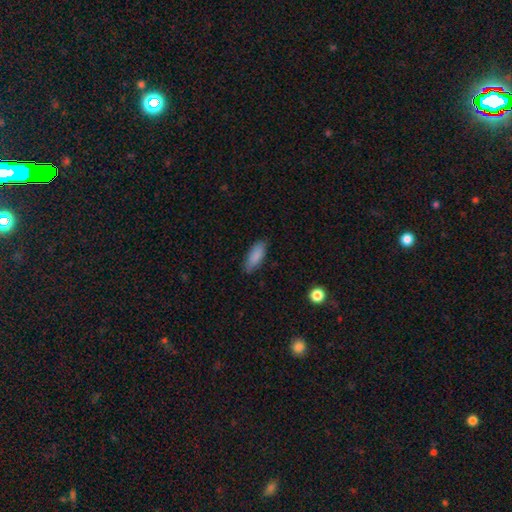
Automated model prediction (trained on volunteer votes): This appears to be a smooth galaxy with no disk features (88%) that is in between round and cigar-shaped (73%). Merging: none (84%).